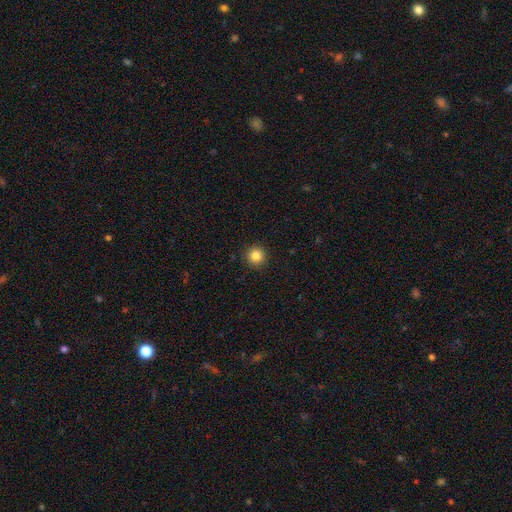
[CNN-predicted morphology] smooth 84%, star or artifact 11%, featured or disk 4%. Down the decision tree: how rounded — round (95%); merging — none (92%).